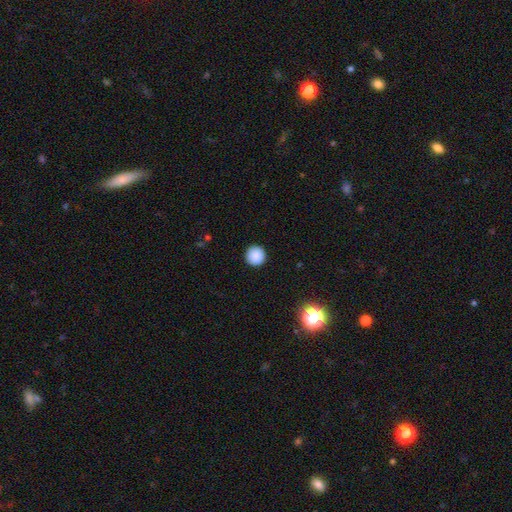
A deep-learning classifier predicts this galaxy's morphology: smooth 88%, star or artifact 9%, featured or disk 3%. Down the decision tree: how rounded — round (95%); merging — none (93%).